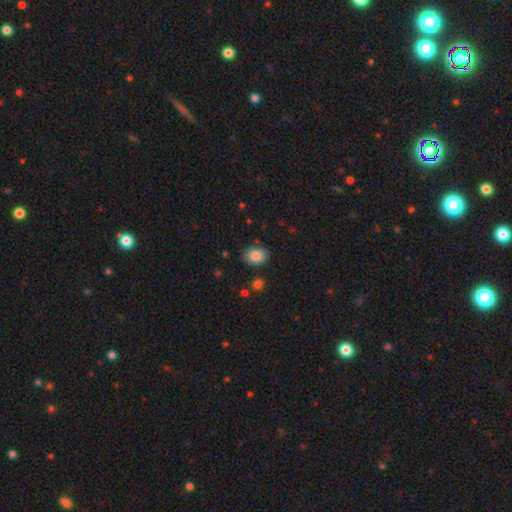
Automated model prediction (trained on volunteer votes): A smooth galaxy with no disk features (85%) that is in between round and cigar-shaped (73%). Merging: none (83%).